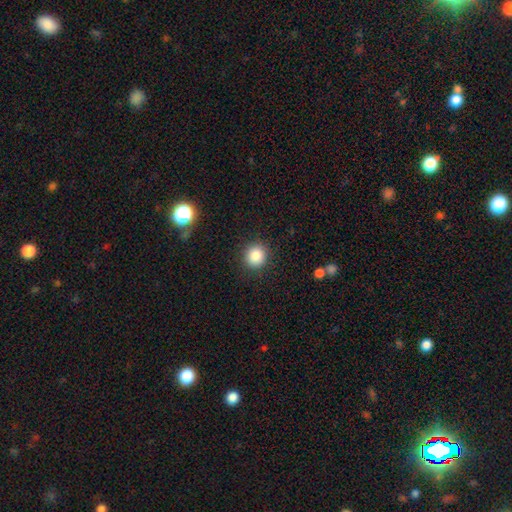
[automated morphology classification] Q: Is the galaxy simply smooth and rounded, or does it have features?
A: smooth — 86%.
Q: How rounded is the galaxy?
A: round — 87%.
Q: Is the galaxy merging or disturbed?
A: none — 90%.